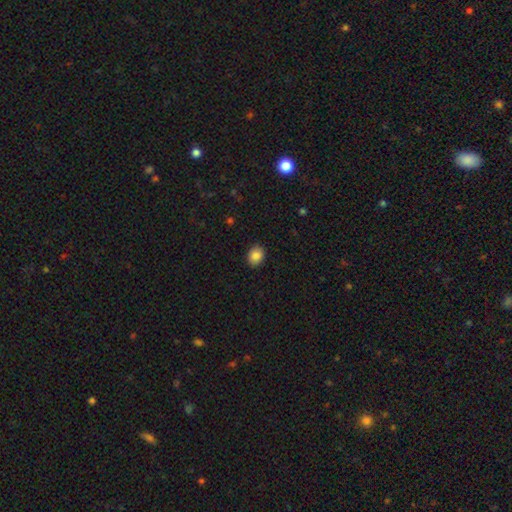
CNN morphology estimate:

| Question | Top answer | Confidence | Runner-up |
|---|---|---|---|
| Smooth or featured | smooth | 87% | star or artifact (9%) |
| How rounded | in between | 53% | round (46%) |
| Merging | none | 90% | minor disturbance (7%) |